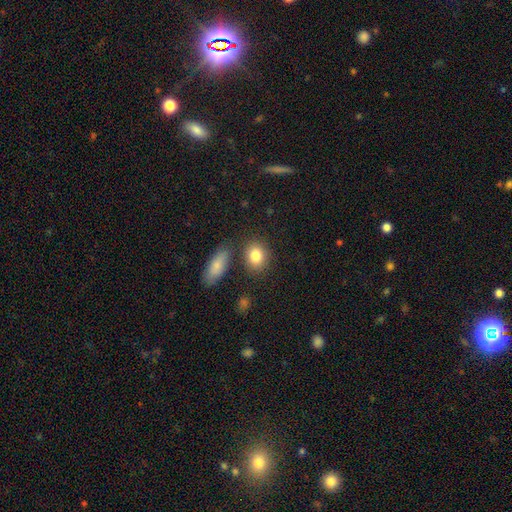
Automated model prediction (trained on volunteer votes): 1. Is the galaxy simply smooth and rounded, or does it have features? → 84% smooth, 8% star or artifact, 8% featured or disk.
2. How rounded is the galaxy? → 50% round, 48% in between, 2% cigar-shaped.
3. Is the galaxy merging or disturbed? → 77% none, 11% minor disturbance, 8% merger, 3% major disturbance.